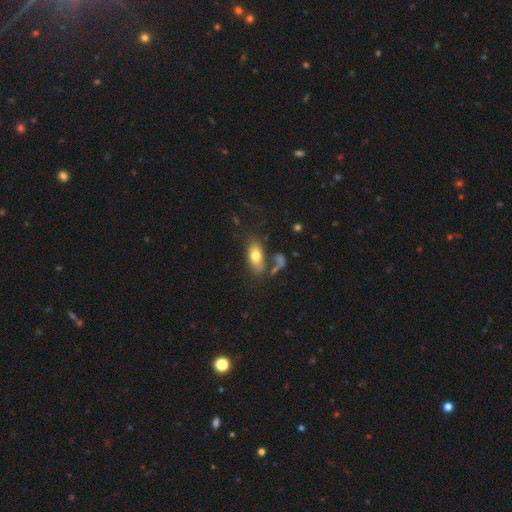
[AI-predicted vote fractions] Smooth or featured: smooth — 73% (featured or disk — 20%)
How rounded: in between — 87% (cigar-shaped — 8%)
Merging: none — 60% (minor disturbance — 16%)